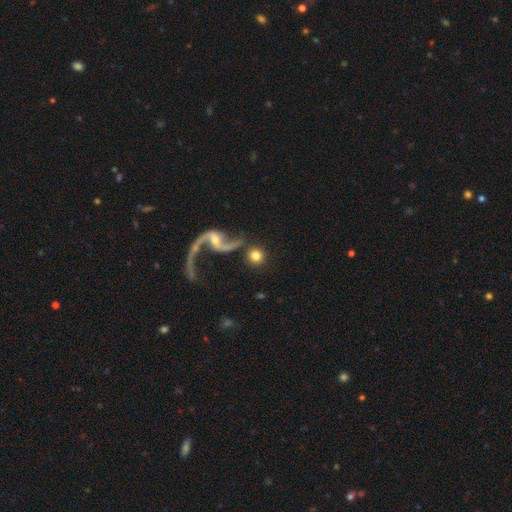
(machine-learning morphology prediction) smooth 67%, featured or disk 24%, star or artifact 8%. Down the decision tree: how rounded — round (93%); merging — none (77%).